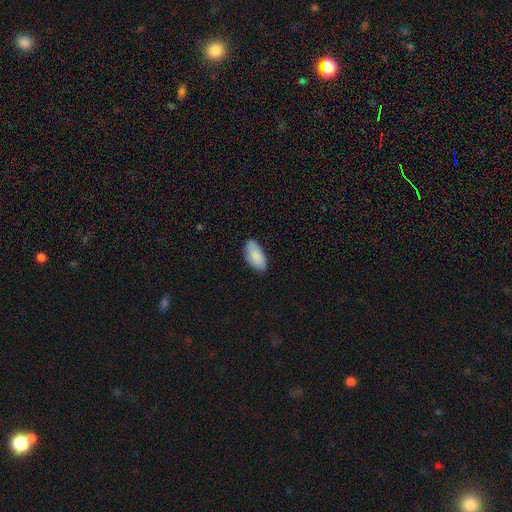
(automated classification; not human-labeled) smooth 87%, featured or disk 7%, star or artifact 6%. Down the decision tree: how rounded — in between (94%); merging — none (79%).